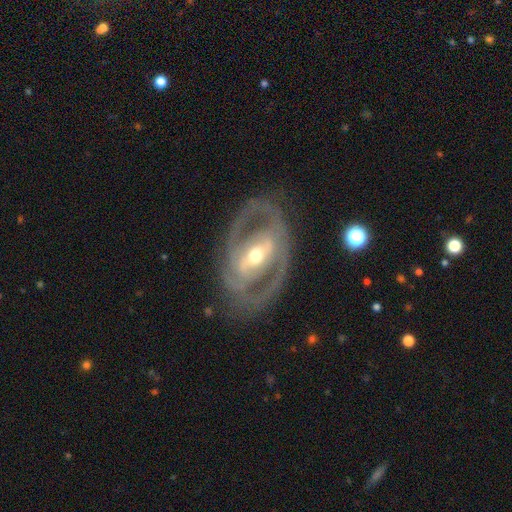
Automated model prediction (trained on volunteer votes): Morphology: type=featured or disk (86%); edge-on=no (94%); bar=strong (50%); spiral arms=yes (74%); winding=tight (45%); arm count=2 (74%); bulge=moderate (64%); merging=none (75%).